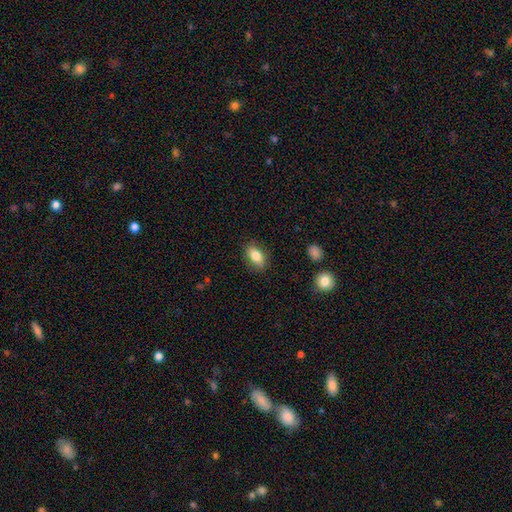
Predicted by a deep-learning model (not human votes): The model was most divided on "smooth or featured": smooth: 79%, featured or disk: 13%, star or artifact: 8%. More confident: how rounded — in between (85%); merging — none (85%).